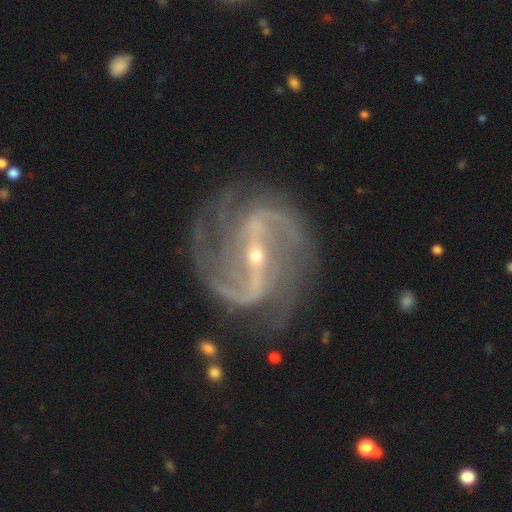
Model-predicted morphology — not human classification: A featured or disk galaxy (93%) with a strong bar (67%), 2 (74%) medium (50%) spiral arms (98%) and a small central bulge (78%). Merging: none (75%).